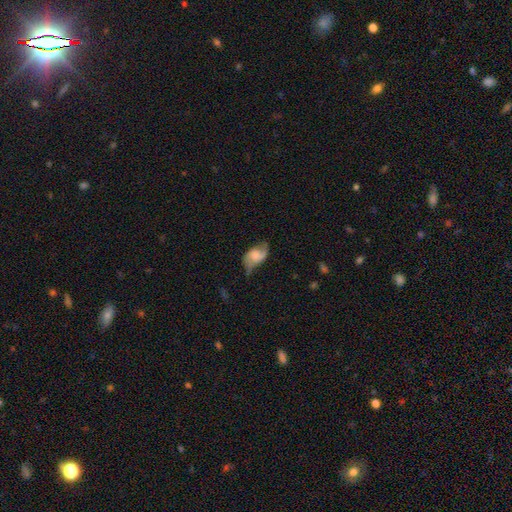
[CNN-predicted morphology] This is likely a featured or disk galaxy (66%). It is clearly not viewed edge-on (96%). Bar: possibly no (59%). Spiral arm pattern: clearly yes (90%). Spiral arm count: clearly 2 (85%). Spiral winding: possibly loose (56%). Central bulge: marginally moderate (31%). Merging: possibly none (52%).